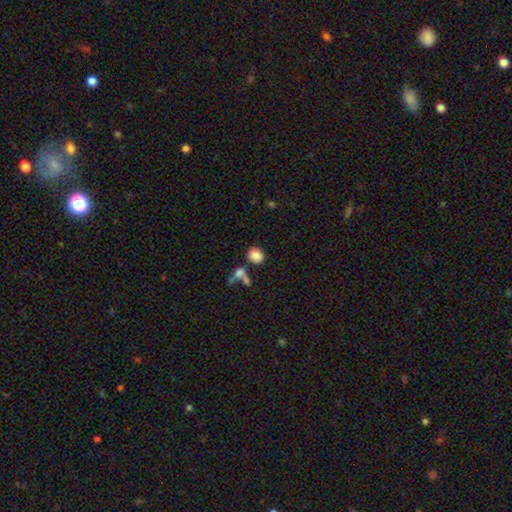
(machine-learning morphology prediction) type=smooth (84%); roundness=in between (58%); merging=none (60%).